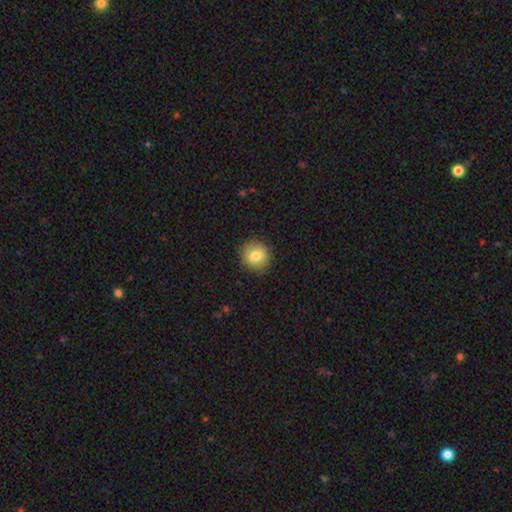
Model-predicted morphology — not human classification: Q: Smooth or featured?
A: smooth (77%); runner-up: featured or disk (14%)
Q: How rounded?
A: round (87%); runner-up: in between (12%)
Q: Merging?
A: none (88%); runner-up: minor disturbance (9%)